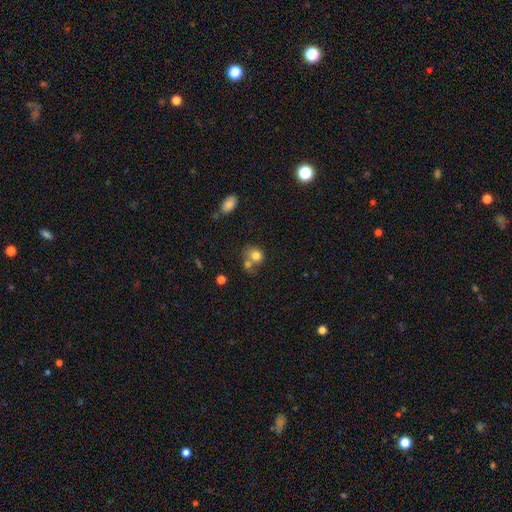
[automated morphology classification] Smooth or featured?
  - smooth: 77% *
  - featured or disk: 13%
  - star or artifact: 10%
How rounded?
  - round: 64% *
  - in between: 35%
  - cigar-shaped: 1%
Merging?
  - merger: 46% *
  - none: 36%
  - minor disturbance: 12%
  - major disturbance: 7%